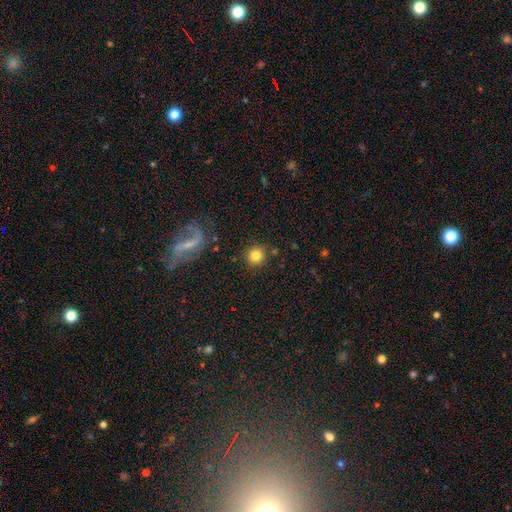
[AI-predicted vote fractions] This is likely a smooth galaxy (79%). How rounded: clearly round (94%). Merging: clearly none (87%).